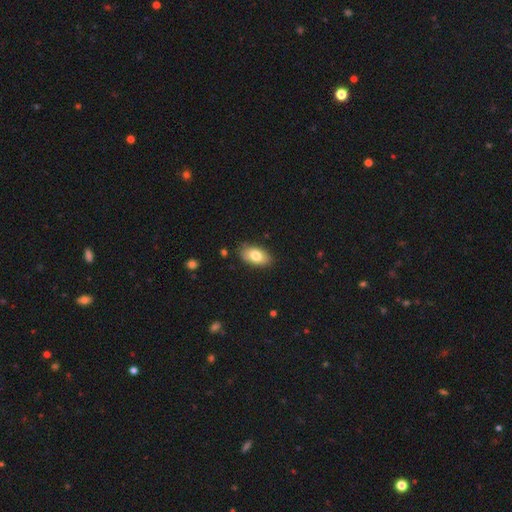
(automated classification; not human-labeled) This is likely a smooth galaxy (79%). How rounded: clearly in between (93%). Merging: clearly none (84%).